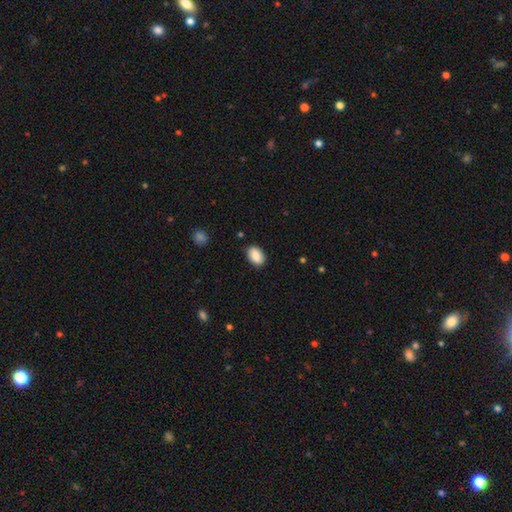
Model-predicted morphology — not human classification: This is clearly a smooth galaxy (84%). How rounded: clearly in between (87%). Merging: clearly none (84%).